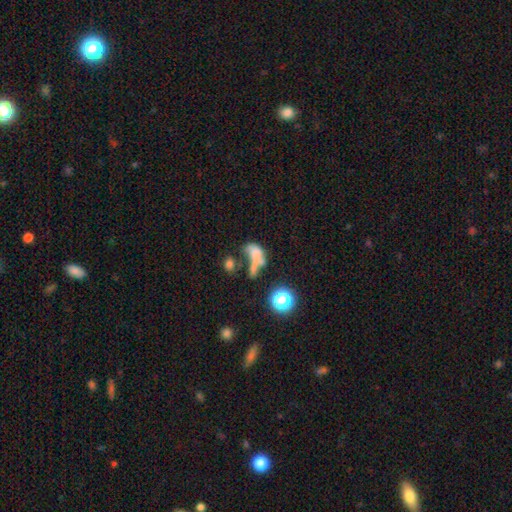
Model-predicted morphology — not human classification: smooth_or_featured: smooth (p=0.55) [alt: featured or disk p=0.28]
how_rounded: in between (p=0.75) [alt: round p=0.17]
merging: merger (p=0.39) [alt: major disturbance p=0.29]